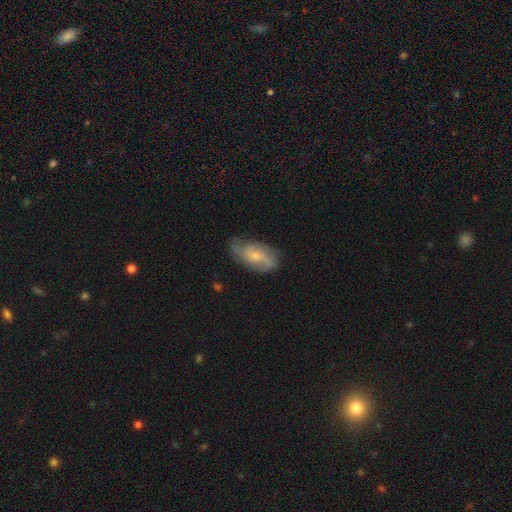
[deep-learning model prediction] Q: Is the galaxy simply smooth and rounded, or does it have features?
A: featured or disk — 59%.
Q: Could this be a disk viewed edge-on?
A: no — 92%.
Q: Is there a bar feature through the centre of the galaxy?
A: no — 56%.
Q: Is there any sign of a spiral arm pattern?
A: yes — 85%.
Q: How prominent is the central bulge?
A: small — 53%.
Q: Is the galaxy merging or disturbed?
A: none — 67%.